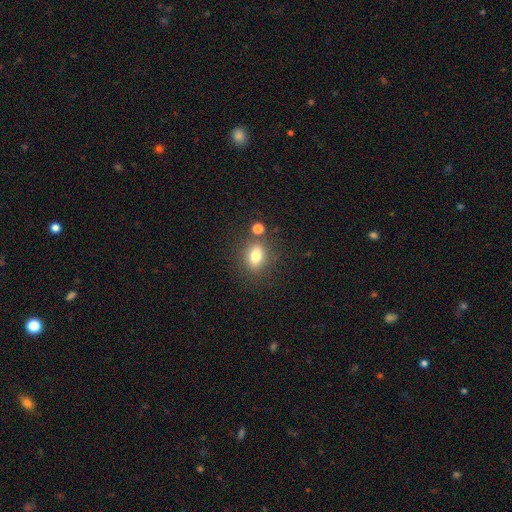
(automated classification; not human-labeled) A smooth galaxy with no disk features (79%) that is in between round and cigar-shaped (72%). Merging: none (73%).